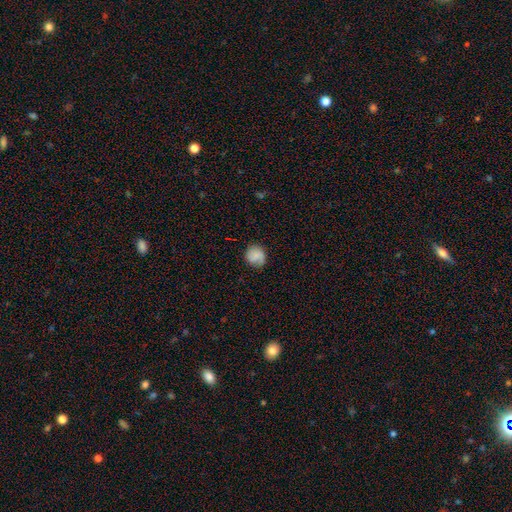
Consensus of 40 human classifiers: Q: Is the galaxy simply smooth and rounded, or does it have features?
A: smooth — 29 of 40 (72%).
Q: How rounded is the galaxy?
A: round — 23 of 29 (79%).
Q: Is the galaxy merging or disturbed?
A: none — 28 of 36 (78%).